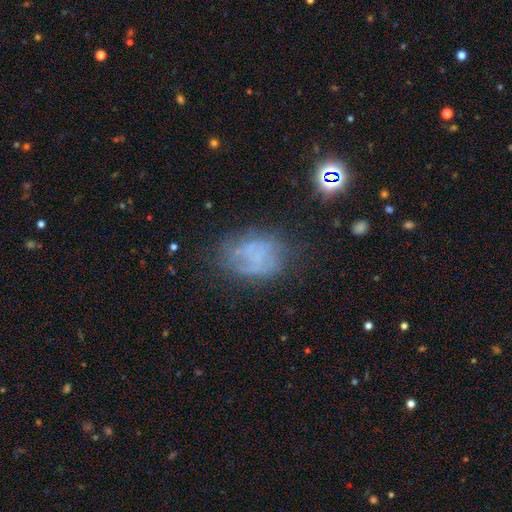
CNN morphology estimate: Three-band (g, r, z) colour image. It shows a featured or disk galaxy (46%). Merging: none (55%).